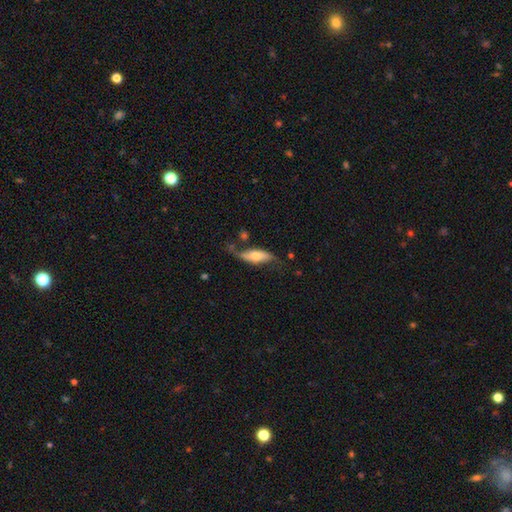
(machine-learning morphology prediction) Overall: featured or disk (57%; smooth 37%). Edge-on disk: no (73%). Merging: none (52%; minor disturbance 26%).